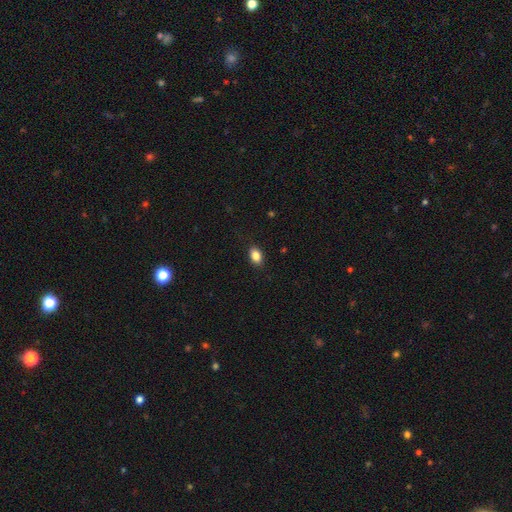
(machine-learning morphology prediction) Smooth or featured: smooth — 86% (star or artifact — 9%)
How rounded: in between — 84% (round — 14%)
Merging: none — 87% (minor disturbance — 10%)